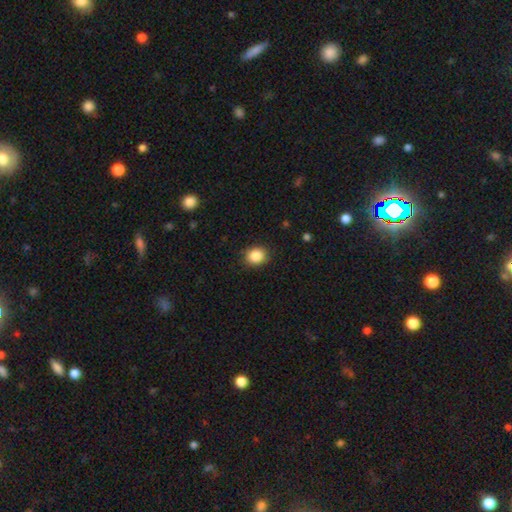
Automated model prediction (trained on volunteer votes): smooth-or-featured: smooth: 87% | star or artifact: 9% | featured or disk: 4%
  how-rounded: round: 68% | in between: 31% | cigar-shaped: 1%
  merging: none: 87% | minor disturbance: 10% | major disturbance: 2% | merger: 1%